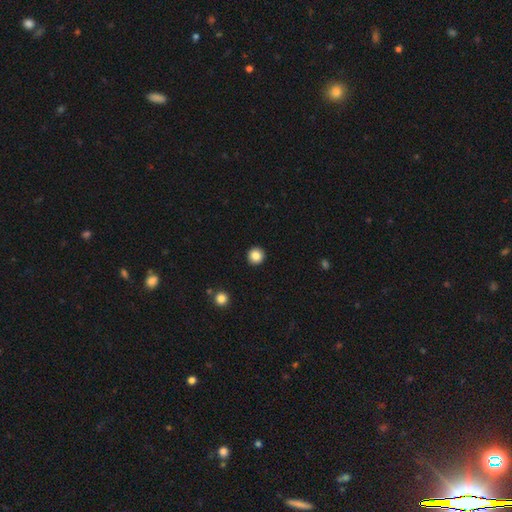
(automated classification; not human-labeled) Smooth or featured: smooth — 85% (star or artifact — 10%)
How rounded: round — 94% (in between — 5%)
Merging: none — 93% (minor disturbance — 4%)